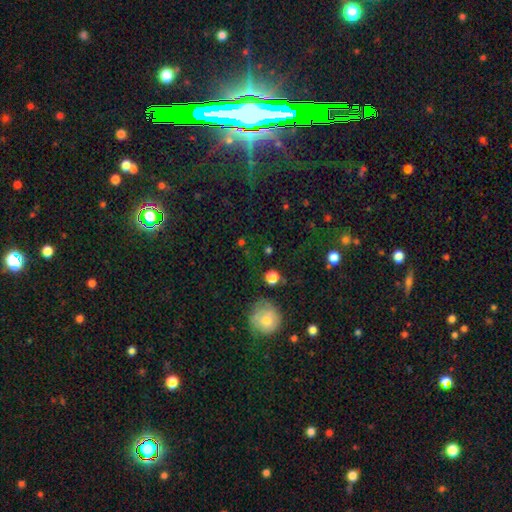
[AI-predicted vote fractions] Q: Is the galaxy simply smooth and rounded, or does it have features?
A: star or artifact — 60%.